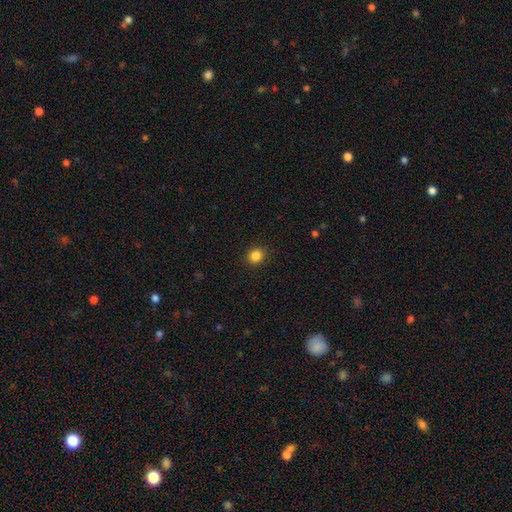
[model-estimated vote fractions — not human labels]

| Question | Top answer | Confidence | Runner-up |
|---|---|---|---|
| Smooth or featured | smooth | 85% | star or artifact (11%) |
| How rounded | round | 77% | in between (22%) |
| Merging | none | 90% | minor disturbance (7%) |